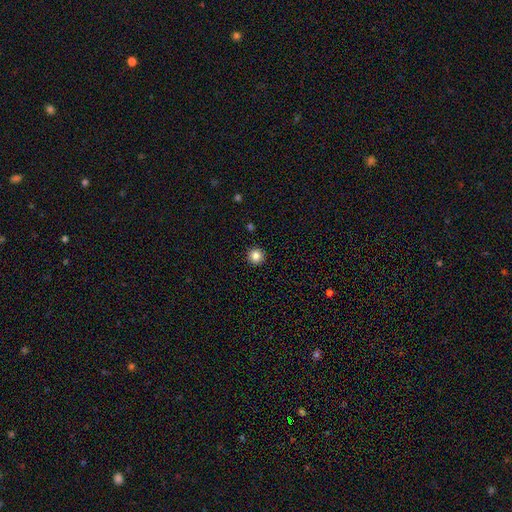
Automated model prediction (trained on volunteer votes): Smooth or featured?
  - smooth: 84% *
  - star or artifact: 10%
  - featured or disk: 5%
How rounded?
  - round: 95% *
  - in between: 4%
  - cigar-shaped: 1%
Merging?
  - none: 93% *
  - minor disturbance: 4%
  - major disturbance: 1%
  - merger: 1%